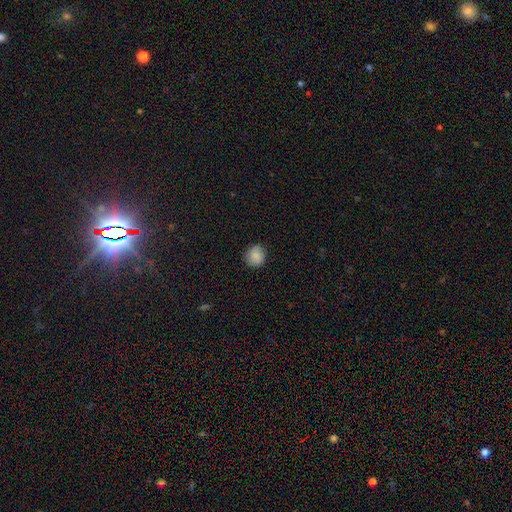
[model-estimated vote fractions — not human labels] A smooth galaxy with no disk features (86%) that is round (83%).

Vote fractions:
- Smooth or featured? smooth: 86% / star or artifact: 9% / featured or disk: 6%
- How rounded? round: 83% / in between: 16% / cigar-shaped: 1%
- Merging? none: 81% / minor disturbance: 15% / major disturbance: 3% / merger: 1%